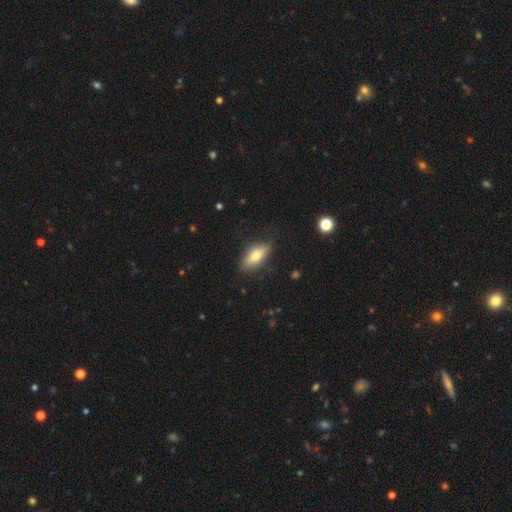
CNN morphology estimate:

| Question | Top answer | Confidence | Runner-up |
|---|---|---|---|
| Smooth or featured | smooth | 71% | featured or disk (22%) |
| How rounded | in between | 76% | cigar-shaped (20%) |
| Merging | none | 78% | minor disturbance (16%) |